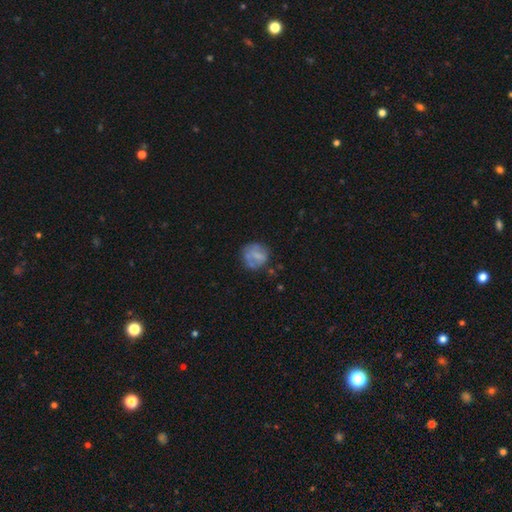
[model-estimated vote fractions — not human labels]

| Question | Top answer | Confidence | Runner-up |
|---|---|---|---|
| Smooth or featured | smooth | 56% | featured or disk (34%) |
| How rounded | round | 83% | in between (16%) |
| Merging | none | 60% | minor disturbance (21%) |